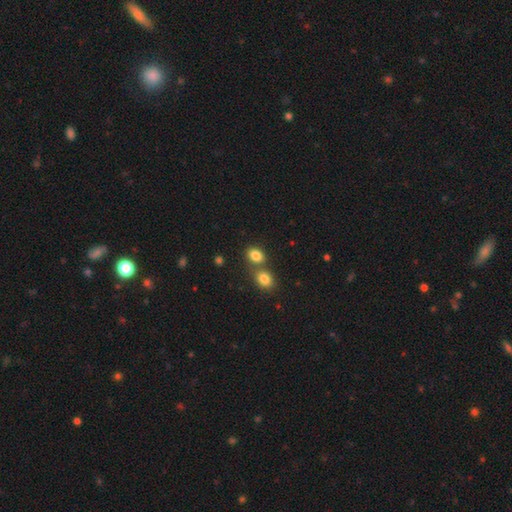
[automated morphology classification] Smooth or featured?
  - smooth: 83% *
  - star or artifact: 10%
  - featured or disk: 6%
How rounded?
  - in between: 67% *
  - round: 32%
  - cigar-shaped: 1%
Merging?
  - none: 48% *
  - merger: 40%
  - minor disturbance: 9%
  - major disturbance: 3%